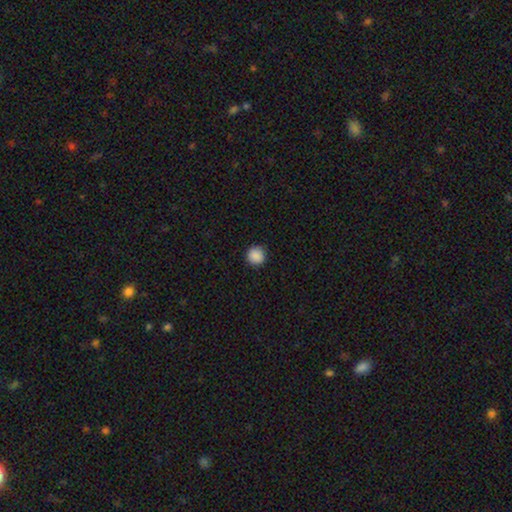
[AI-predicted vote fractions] Smooth or featured?
  - smooth: 89% *
  - star or artifact: 9%
  - featured or disk: 2%
How rounded?
  - round: 95% *
  - in between: 4%
  - cigar-shaped: 1%
Merging?
  - none: 92% *
  - minor disturbance: 6%
  - major disturbance: 2%
  - merger: 1%